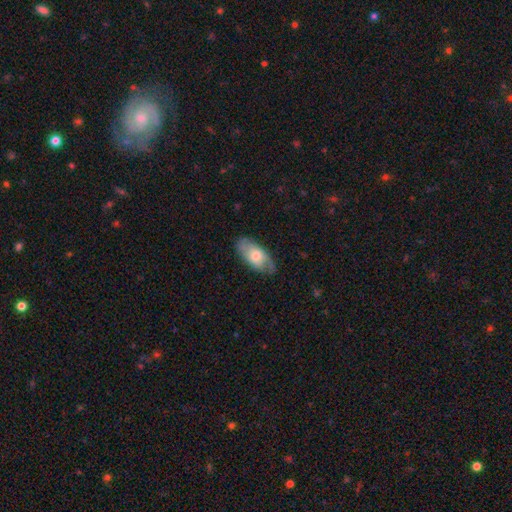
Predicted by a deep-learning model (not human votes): smooth 62%, featured or disk 33%, star or artifact 6%. Down the decision tree: how rounded — in between (90%); merging — none (76%).